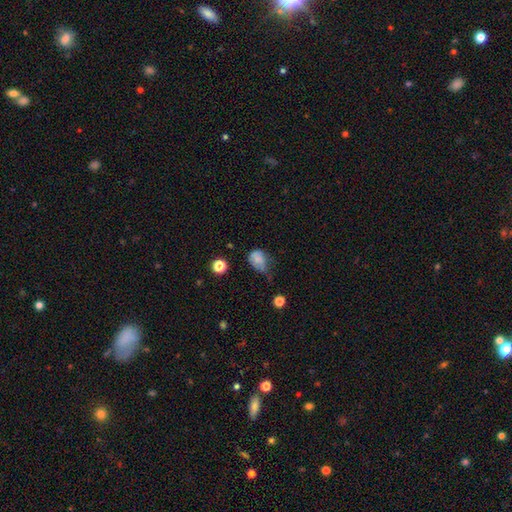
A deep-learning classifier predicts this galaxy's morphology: This is likely a smooth galaxy (66%). How rounded: likely in between (64%). Merging: marginally minor disturbance (42%).